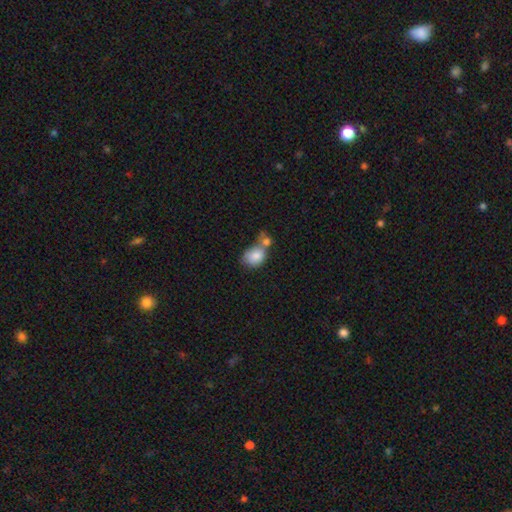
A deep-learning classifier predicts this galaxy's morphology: Smooth or featured: smooth — 82% (featured or disk — 10%)
How rounded: in between — 54% (round — 45%)
Merging: merger — 54% (none — 26%)